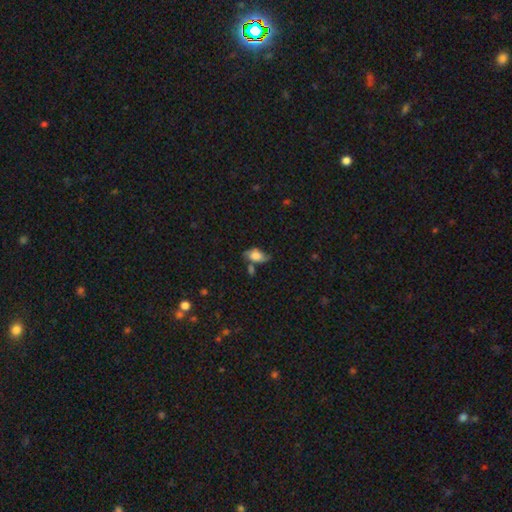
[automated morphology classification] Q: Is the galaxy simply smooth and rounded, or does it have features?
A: smooth — 59%.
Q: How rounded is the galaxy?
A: in between — 87%.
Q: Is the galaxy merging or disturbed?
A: none — 46%.